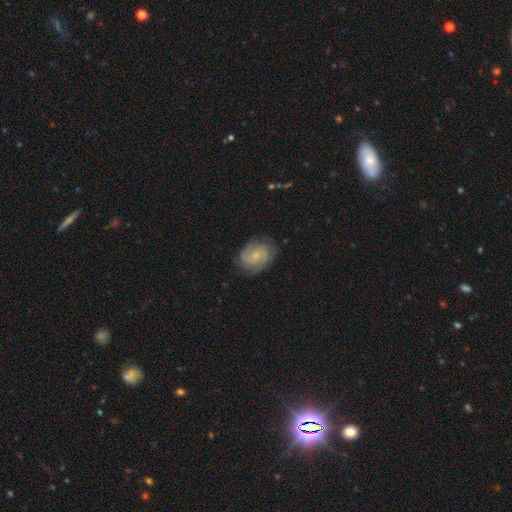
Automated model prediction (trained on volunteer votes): Smooth or featured: featured or disk — 65% (smooth — 28%)
Edge-on disk: no — 97% (yes — 3%)
Bar: no — 69% (weak — 27%)
Spiral arms: yes — 91% (no — 9%)
Spiral winding: tight — 47% (medium — 39%)
Spiral arm count: 2 — 46% (can't tell — 26%)
Bulge size: small — 72% (moderate — 21%)
Merging: none — 72% (minor disturbance — 20%)